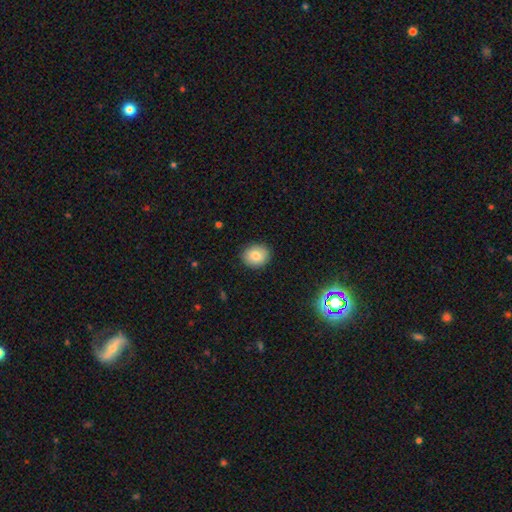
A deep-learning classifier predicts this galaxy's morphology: Smooth or featured? Predicted: smooth (p=0.83). How rounded? Predicted: round (p=0.66). Merging? Predicted: none (p=0.89).